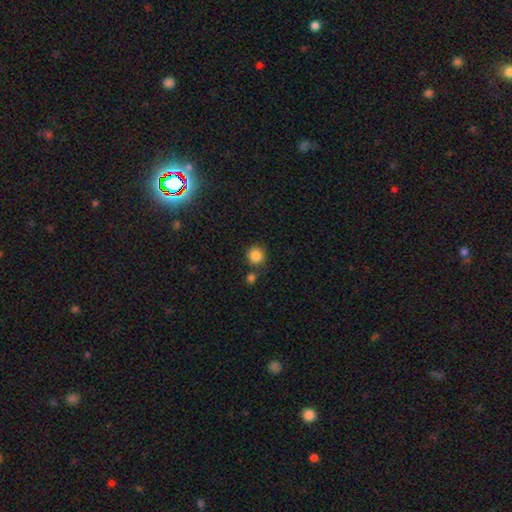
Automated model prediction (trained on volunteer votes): smooth-or-featured: smooth: 85% | star or artifact: 10% | featured or disk: 4%
  how-rounded: round: 93% | in between: 7% | cigar-shaped: 1%
  merging: none: 78% | merger: 10% | minor disturbance: 9% | major disturbance: 3%